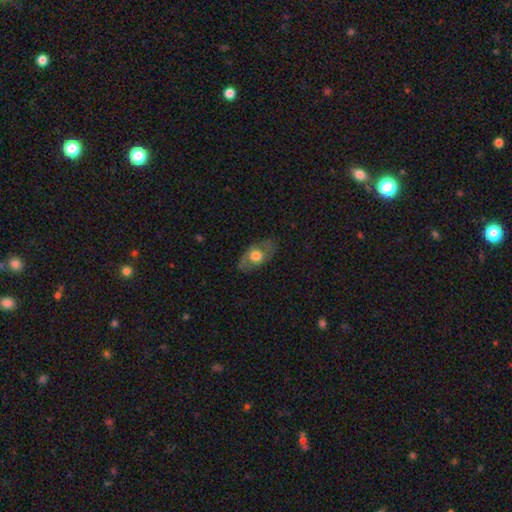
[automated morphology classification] A smooth galaxy with no disk features (52%) that is in between round and cigar-shaped (79%).

Vote fractions:
- Smooth or featured? smooth: 52% / featured or disk: 41% / star or artifact: 7%
- How rounded? in between: 79% / round: 17% / cigar-shaped: 4%
- Merging? none: 76% / minor disturbance: 17% / major disturbance: 7% / merger: 1%